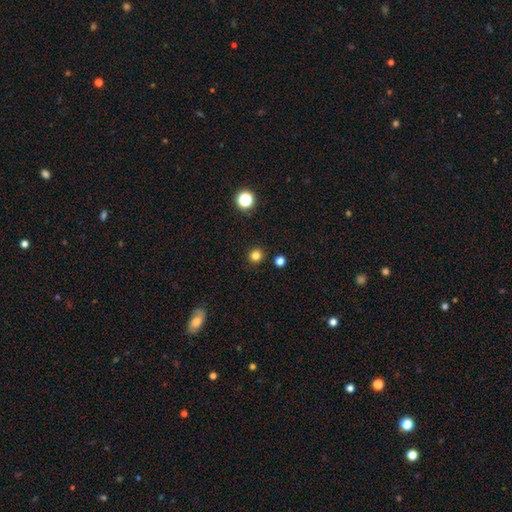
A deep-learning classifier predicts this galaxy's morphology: A smooth galaxy with no disk features (81%) that is round (94%).

Vote fractions:
- Smooth or featured? smooth: 81% / star or artifact: 15% / featured or disk: 4%
- How rounded? round: 94% / in between: 5% / cigar-shaped: 1%
- Merging? none: 92% / minor disturbance: 5% / merger: 2% / major disturbance: 2%